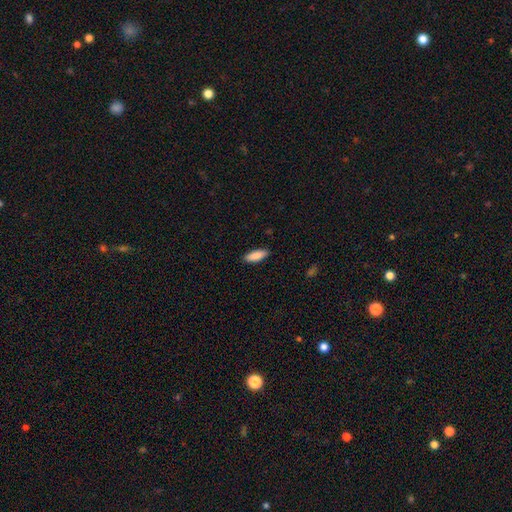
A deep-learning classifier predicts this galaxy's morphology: Smooth or featured? smooth (88%)
How rounded? in between (65%)
Merging? none (88%)